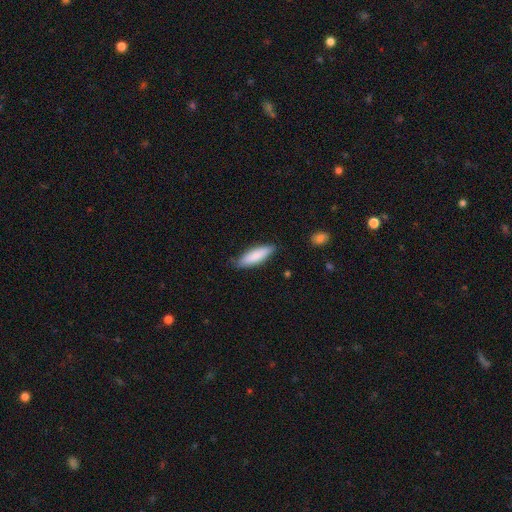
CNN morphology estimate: The model was most divided on "how rounded": cigar-shaped: 53%, in between: 46%, round: 2%. More confident: smooth or featured — smooth (83%); merging — none (80%).